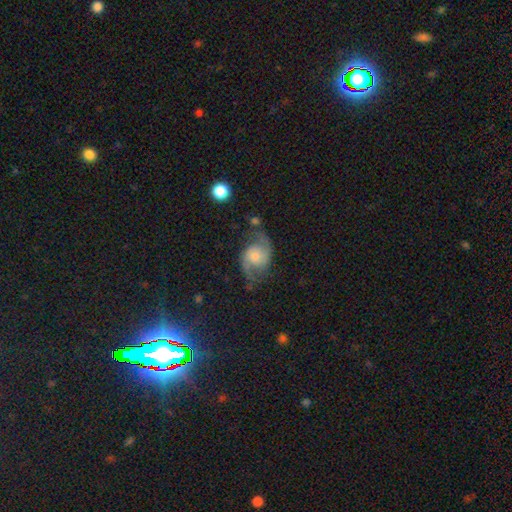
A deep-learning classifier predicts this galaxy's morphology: A featured or disk galaxy (78%) with no bar (65%), 2 (93%) loose (47%) spiral arms (95%) and a moderate central bulge (33%).

Vote fractions:
- Smooth or featured? featured or disk: 78% / smooth: 15% / star or artifact: 7%
- Edge-on disk? no: 98% / yes: 2%
- Bar? no: 65% / weak: 30% / strong: 5%
- Spiral arms? yes: 95% / no: 5%
- Spiral winding? loose: 47% / medium: 42% / tight: 10%
- Spiral arm count? 2: 93% / can't tell: 2% / 1: 2% / 3: 1% / 4: 1% / more than 4: 1%
- Bulge size? moderate: 33% / large: 24% / small: 22% / none: 16% / dominant: 4%
- Merging? none: 63% / minor disturbance: 22% / major disturbance: 12% / merger: 3%